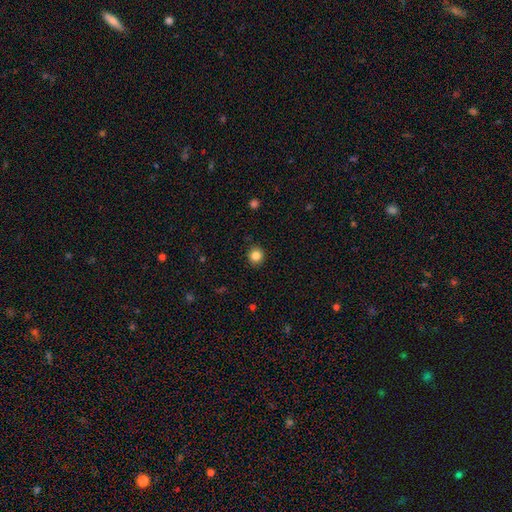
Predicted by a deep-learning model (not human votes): Smooth or featured?
  - smooth: 84% *
  - star or artifact: 11%
  - featured or disk: 5%
How rounded?
  - round: 88% *
  - in between: 11%
  - cigar-shaped: 1%
Merging?
  - none: 90% *
  - minor disturbance: 7%
  - major disturbance: 2%
  - merger: 1%